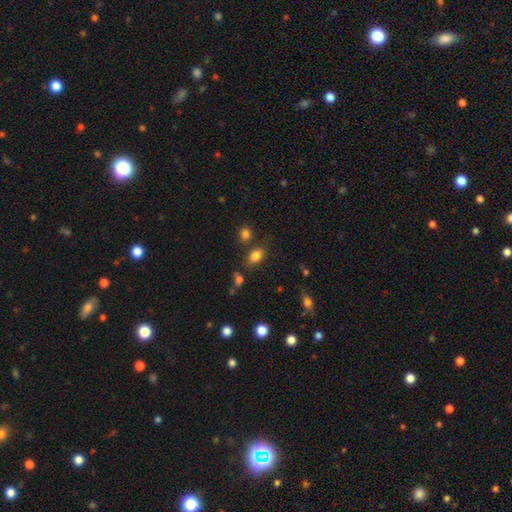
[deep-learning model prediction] Q: Smooth or featured?
A: smooth (82%); runner-up: star or artifact (11%)
Q: How rounded?
A: in between (82%); runner-up: round (16%)
Q: Merging?
A: none (73%); runner-up: minor disturbance (14%)